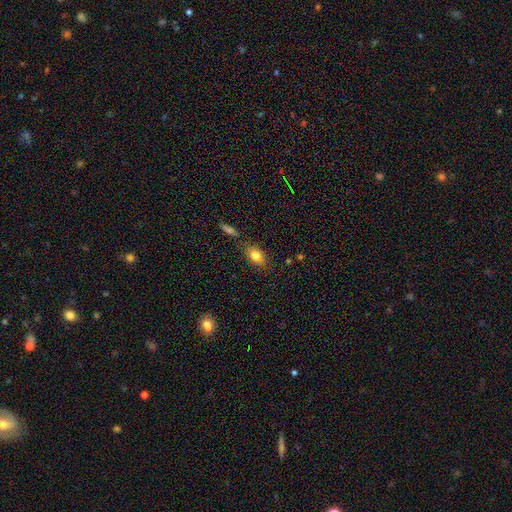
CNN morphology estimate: The model was most divided on "how rounded": in between: 79%, round: 18%, cigar-shaped: 3%. More confident: smooth or featured — smooth (82%); merging — none (77%).